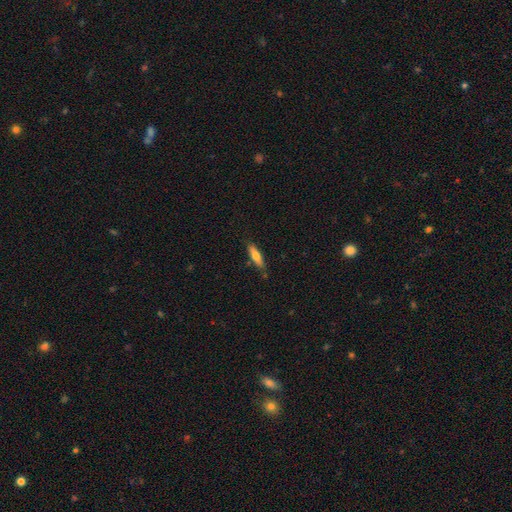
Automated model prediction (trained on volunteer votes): smooth-or-featured: smooth: 66% | featured or disk: 28% | star or artifact: 6%
  how-rounded: cigar-shaped: 73% | in between: 25% | round: 2%
  merging: none: 82% | minor disturbance: 13% | merger: 3% | major disturbance: 2%